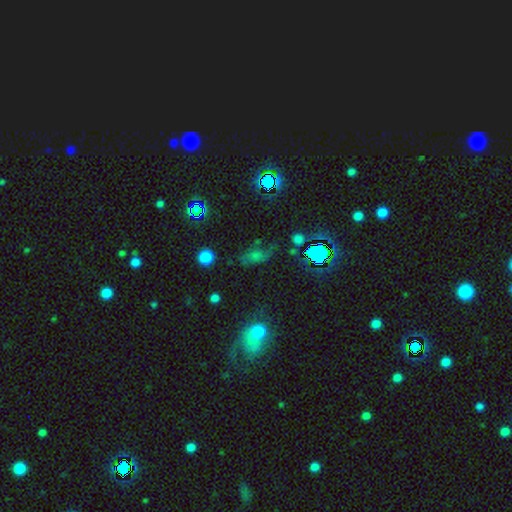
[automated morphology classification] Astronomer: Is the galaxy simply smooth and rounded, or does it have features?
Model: smooth — 48% (runner-up: star or artifact, 30%).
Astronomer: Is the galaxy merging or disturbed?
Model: none — 50%.